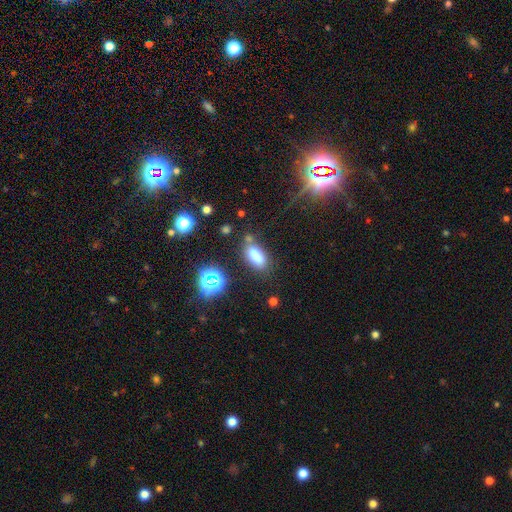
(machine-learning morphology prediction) Overall: smooth (74%). How rounded: in between (79%). Merging: none (64%).